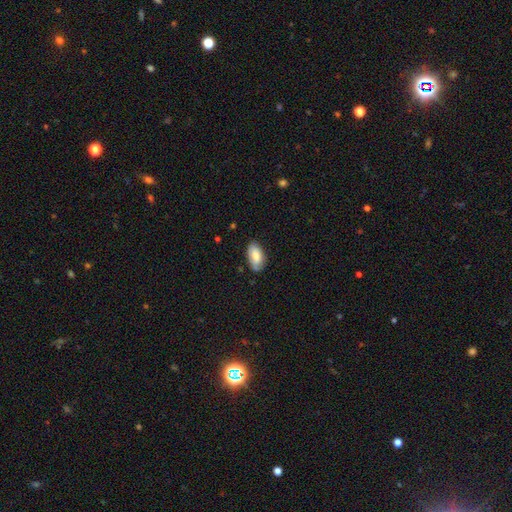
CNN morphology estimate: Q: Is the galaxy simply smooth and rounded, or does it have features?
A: smooth — 77%.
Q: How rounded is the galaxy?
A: in between — 94%.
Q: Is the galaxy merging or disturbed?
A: none — 72%.